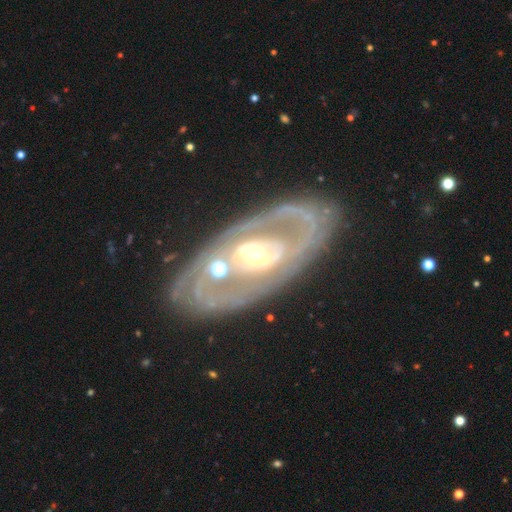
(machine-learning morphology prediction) Smooth or featured? Predicted: featured or disk (p=0.82). Edge-on disk? Predicted: no (p=0.90). Bar? Predicted: no (p=0.51). Spiral arms? Predicted: yes (p=0.59). Bulge size? Predicted: moderate (p=0.67). Merging? Predicted: none (p=0.73).